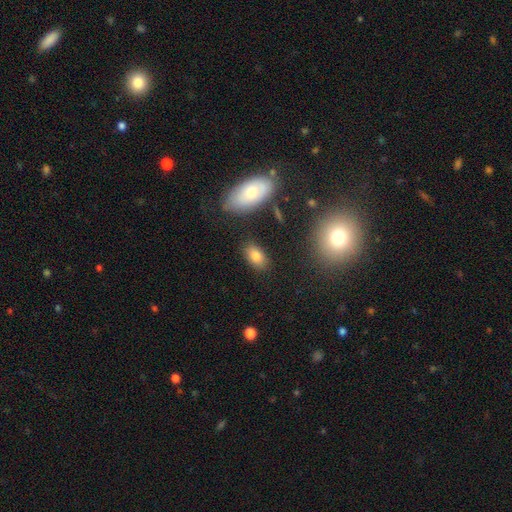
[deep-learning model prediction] smooth 80%, featured or disk 10%, star or artifact 9%. Down the decision tree: how rounded — in between (91%); merging — none (82%).